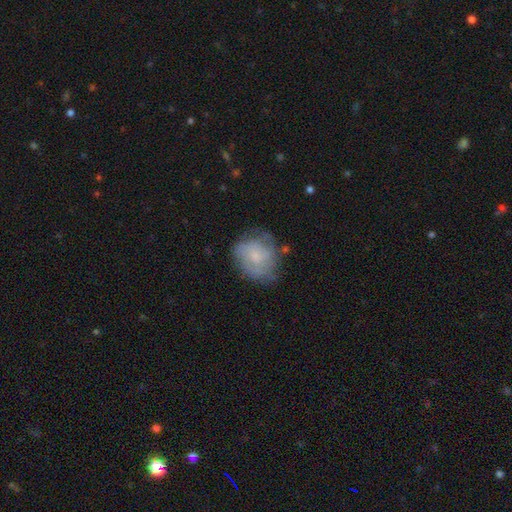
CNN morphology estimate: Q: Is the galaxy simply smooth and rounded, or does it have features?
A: featured or disk — 48%.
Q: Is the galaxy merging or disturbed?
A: none — 61%.